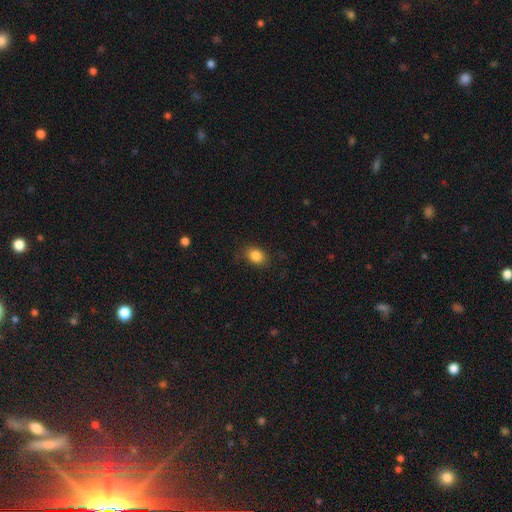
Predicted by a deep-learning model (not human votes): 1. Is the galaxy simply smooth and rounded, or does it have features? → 85% smooth, 10% star or artifact, 5% featured or disk.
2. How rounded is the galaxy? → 55% in between, 44% round, 1% cigar-shaped.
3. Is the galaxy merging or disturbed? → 82% none, 13% minor disturbance, 4% major disturbance, 1% merger.